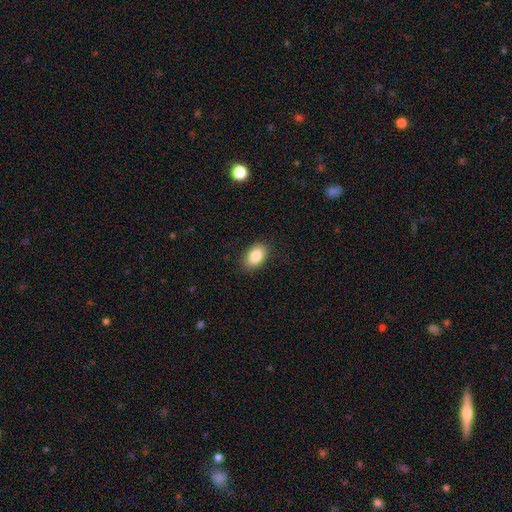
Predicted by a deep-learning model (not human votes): Smooth or featured? smooth (86%)
How rounded? in between (89%)
Merging? none (87%)